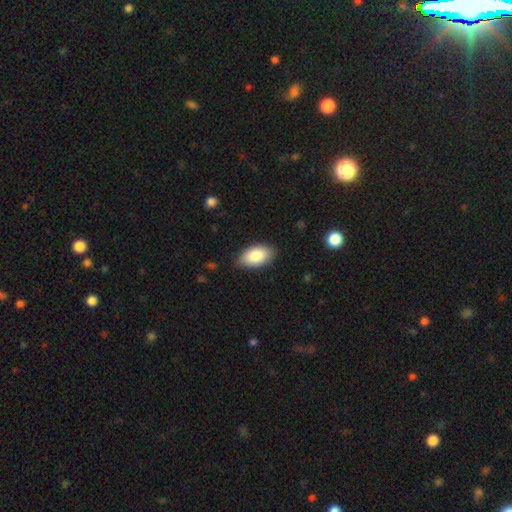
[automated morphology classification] Overall: smooth (85%). How rounded: in between (94%). Merging: none (81%).